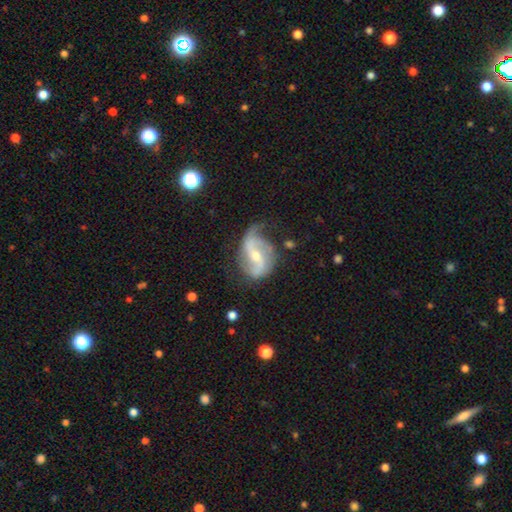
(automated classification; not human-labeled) Overall: featured or disk (86%). Edge-on disk: no (97%). Bar: strong (40%; weak 38%). Spiral arms: yes (95%). Spiral arm count: 2 (81%). Spiral winding: loose (54%; medium 34%). Bulge size: small (51%; moderate 45%). Merging: none (53%; minor disturbance 27%).